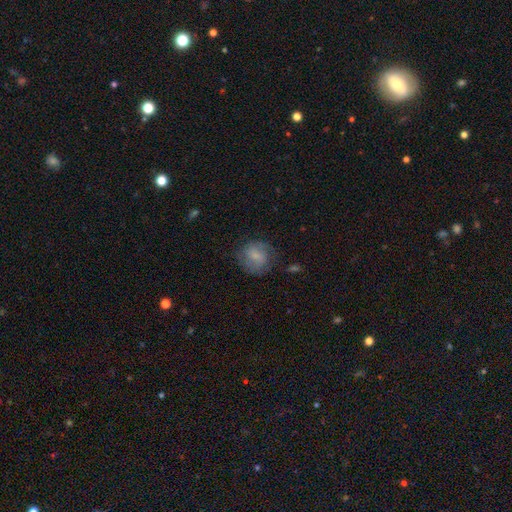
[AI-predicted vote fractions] Smooth or featured? smooth (64%)
How rounded? round (79%)
Merging? none (67%)